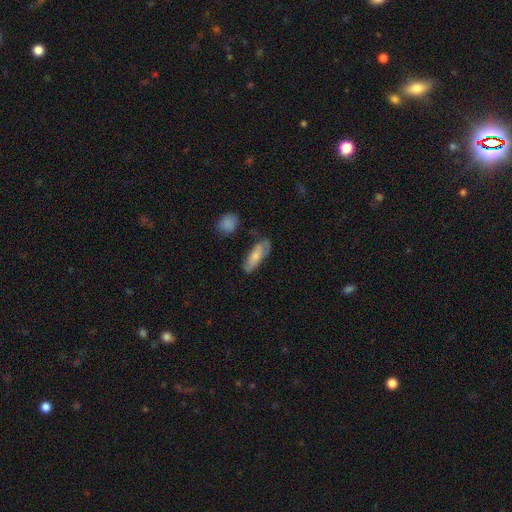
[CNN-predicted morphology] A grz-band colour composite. It shows a smooth galaxy with no disk features (74%) that is in between round and cigar-shaped (61%). Merging: none (67%).